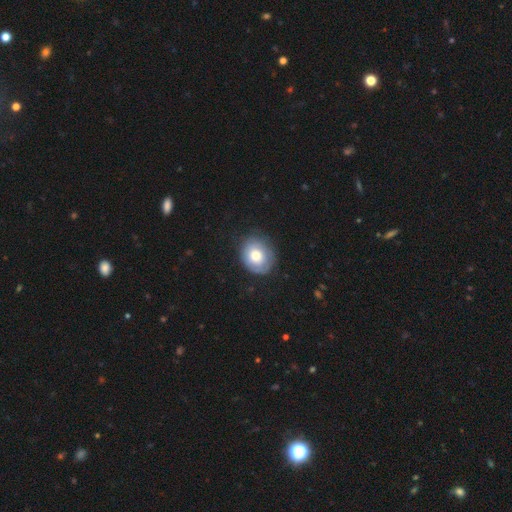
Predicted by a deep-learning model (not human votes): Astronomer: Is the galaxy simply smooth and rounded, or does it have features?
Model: smooth — 70%.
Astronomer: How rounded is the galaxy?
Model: round — 64%.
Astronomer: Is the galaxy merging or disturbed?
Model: none — 77%.